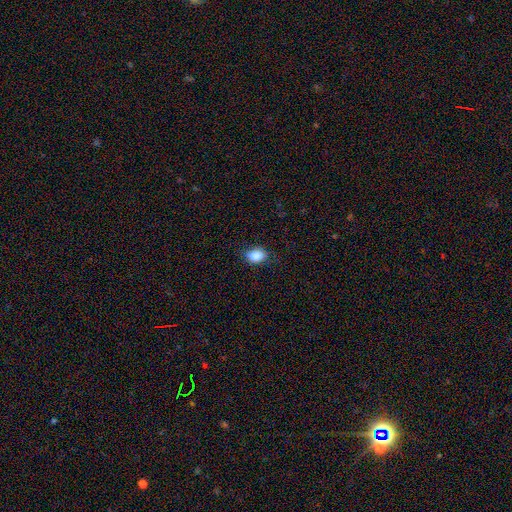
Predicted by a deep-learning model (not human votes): Q: Smooth or featured?
A: smooth (87%); runner-up: star or artifact (9%)
Q: How rounded?
A: in between (67%); runner-up: round (31%)
Q: Merging?
A: none (79%); runner-up: minor disturbance (16%)